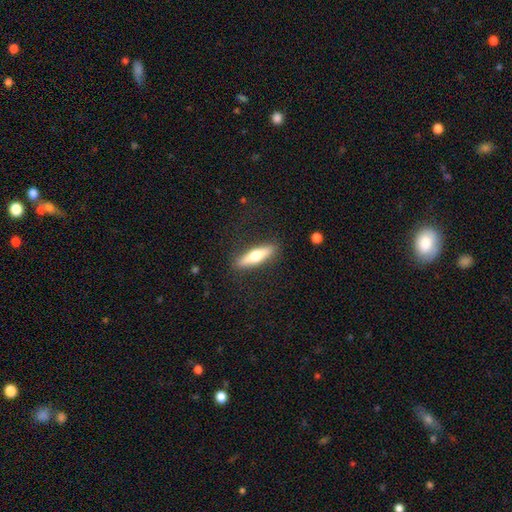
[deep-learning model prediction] Q: Smooth or featured?
A: smooth (54%); runner-up: featured or disk (41%)
Q: How rounded?
A: cigar-shaped (75%); runner-up: in between (23%)
Q: Merging?
A: none (88%); runner-up: minor disturbance (9%)